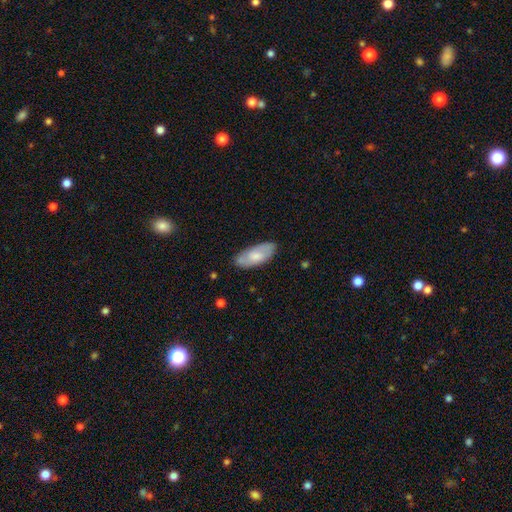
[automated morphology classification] This is likely a smooth galaxy (68%). How rounded: clearly in between (86%). Merging: likely none (76%).